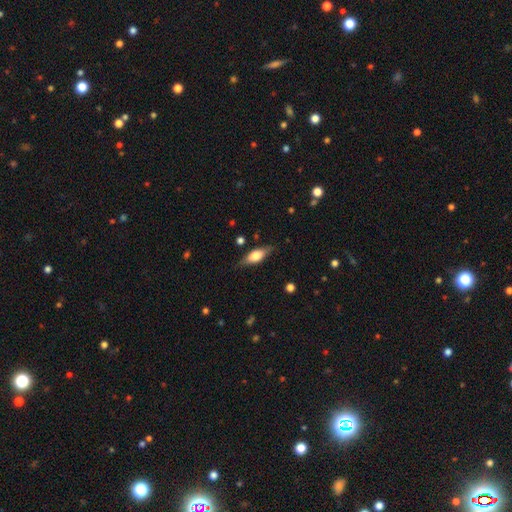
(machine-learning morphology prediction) smooth-or-featured: smooth: 55% | featured or disk: 39% | star or artifact: 6%
  how-rounded: in between: 66% | cigar-shaped: 31% | round: 3%
  merging: none: 80% | minor disturbance: 15% | major disturbance: 3% | merger: 1%